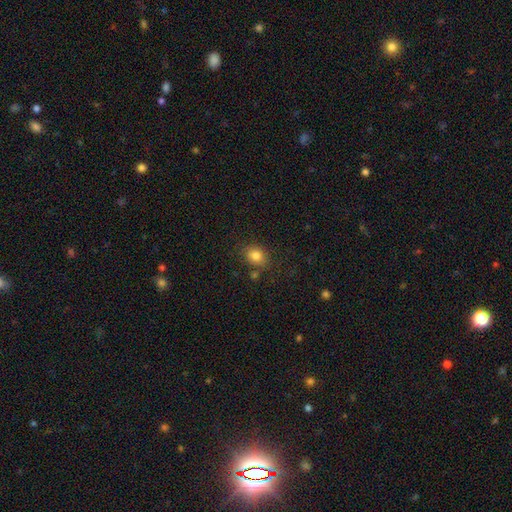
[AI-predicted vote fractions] smooth_or_featured: smooth (p=0.83) [alt: star or artifact p=0.11]
how_rounded: round (p=0.55) [alt: in between p=0.44]
merging: none (p=0.77) [alt: minor disturbance p=0.13]